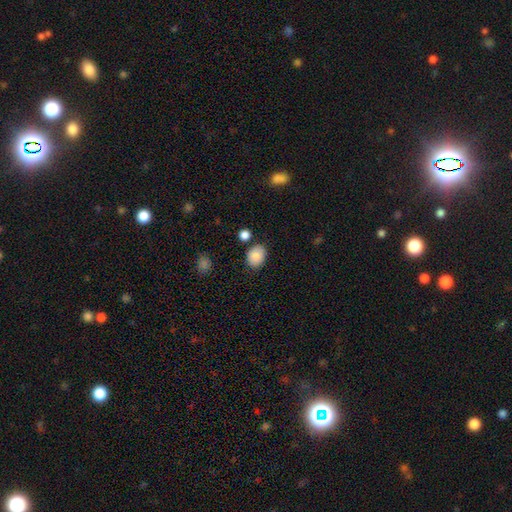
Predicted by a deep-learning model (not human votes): Smooth or featured? smooth (87%)
How rounded? in between (65%)
Merging? none (80%)